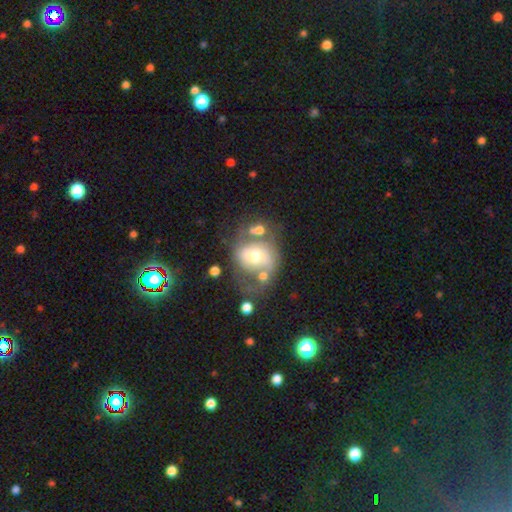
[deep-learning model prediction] featured or disk 52%, smooth 39%, star or artifact 9%. Down the decision tree: edge-on disk — no (96%); merging — none (35%).